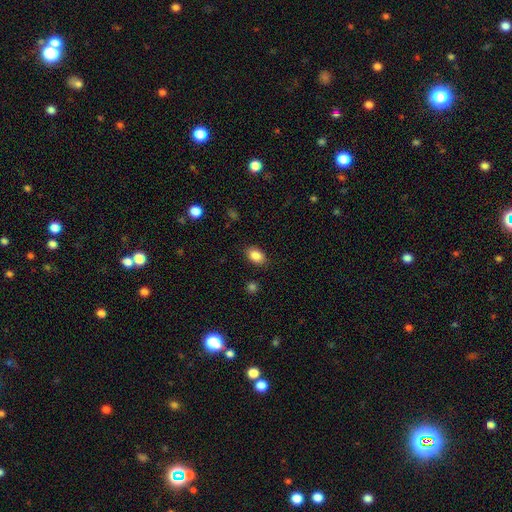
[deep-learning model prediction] Morphology: type=smooth (86%); roundness=in between (85%); merging=none (86%).